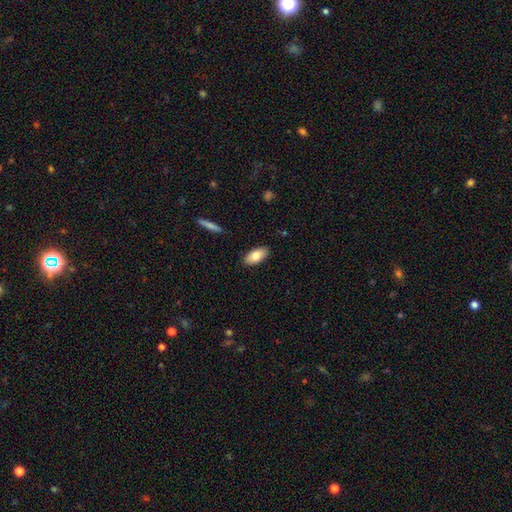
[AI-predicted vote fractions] smooth_or_featured: smooth (p=0.80) [alt: featured or disk p=0.14]
how_rounded: in between (p=0.90) [alt: cigar-shaped p=0.07]
merging: none (p=0.87) [alt: minor disturbance p=0.10]